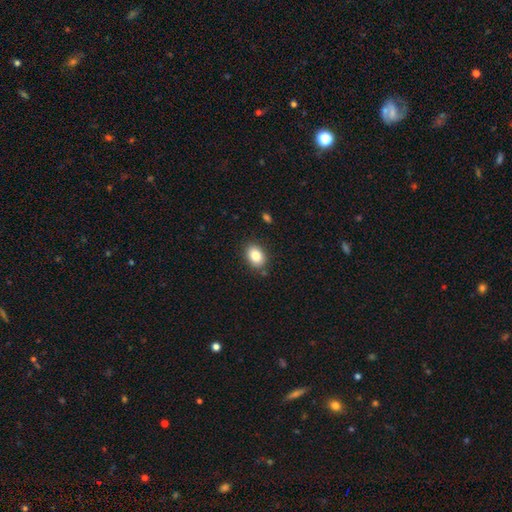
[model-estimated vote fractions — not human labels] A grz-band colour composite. It shows a smooth galaxy with no disk features (84%) that is in between round and cigar-shaped (75%). Merging: none (85%).